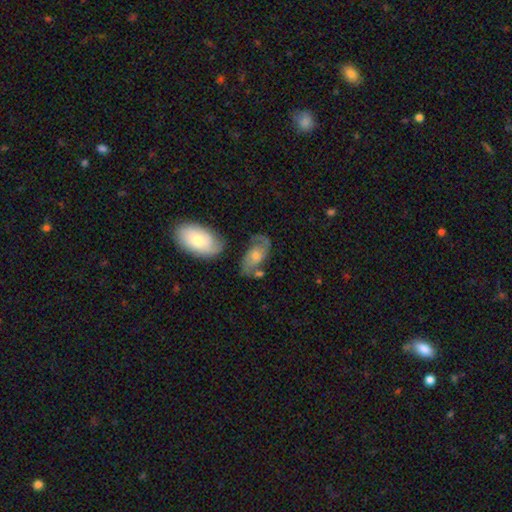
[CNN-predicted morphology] smooth_or_featured: featured or disk (p=0.65) [alt: smooth p=0.27]
disk_edge_on: no (p=0.95) [alt: yes p=0.05]
bar: no (p=0.68) [alt: weak p=0.27]
has_spiral_arms: yes (p=0.87) [alt: no p=0.13]
spiral_winding: medium (p=0.45) [alt: loose p=0.32]
spiral_arm_count: 2 (p=0.82) [alt: can't tell p=0.09]
bulge_size: moderate (p=0.51) [alt: small p=0.39]
merging: none (p=0.55) [alt: minor disturbance p=0.20]